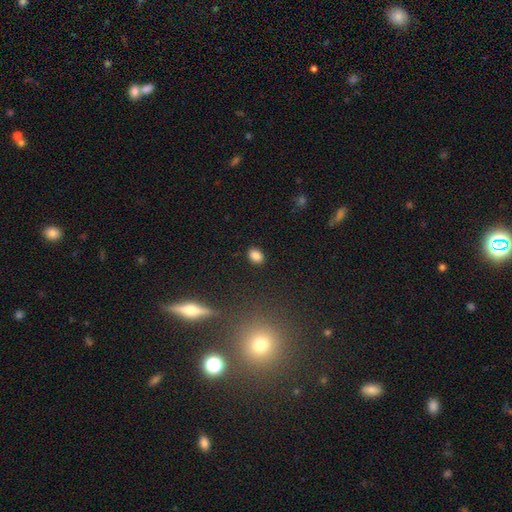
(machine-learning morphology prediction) A smooth galaxy with no disk features (85%) that is in between round and cigar-shaped (75%). Merging: none (89%).